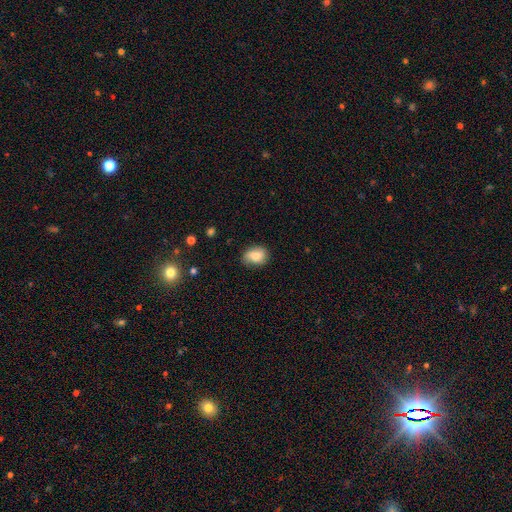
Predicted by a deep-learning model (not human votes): Smooth or featured? smooth (78%)
How rounded? in between (67%)
Merging? none (71%)